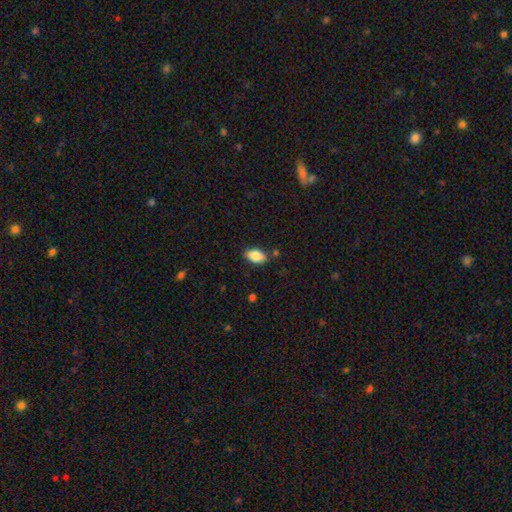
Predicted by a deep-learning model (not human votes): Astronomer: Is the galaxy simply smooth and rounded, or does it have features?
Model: smooth — 86%.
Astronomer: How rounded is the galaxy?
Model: in between — 92%.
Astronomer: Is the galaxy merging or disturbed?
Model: none — 82%.